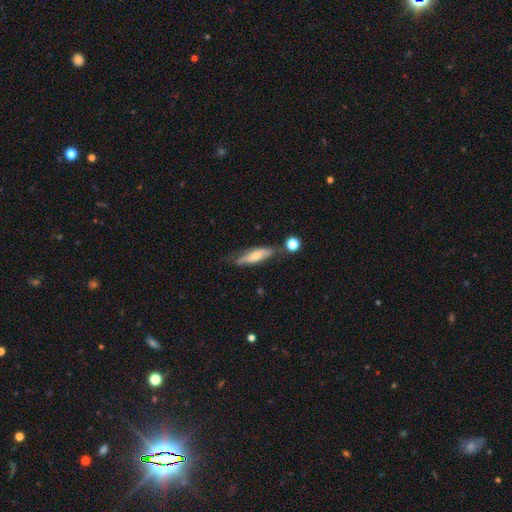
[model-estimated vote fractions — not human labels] smooth 50%, featured or disk 43%, star or artifact 7%. Down the decision tree: merging — none (55%).